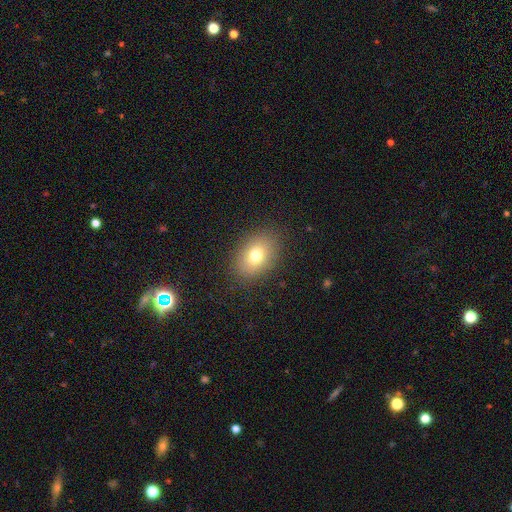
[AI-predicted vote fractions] A smooth galaxy with no disk features (75%) that is in between round and cigar-shaped (77%).

Vote fractions:
- Smooth or featured? smooth: 75% / featured or disk: 14% / star or artifact: 11%
- How rounded? in between: 77% / round: 22% / cigar-shaped: 1%
- Merging? none: 86% / minor disturbance: 10% / major disturbance: 4% / merger: 1%